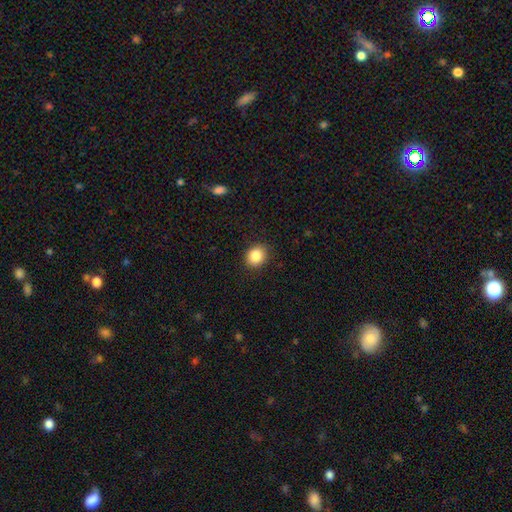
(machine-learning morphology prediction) This is clearly a smooth galaxy (86%). How rounded: likely round (68%). Merging: clearly none (88%).